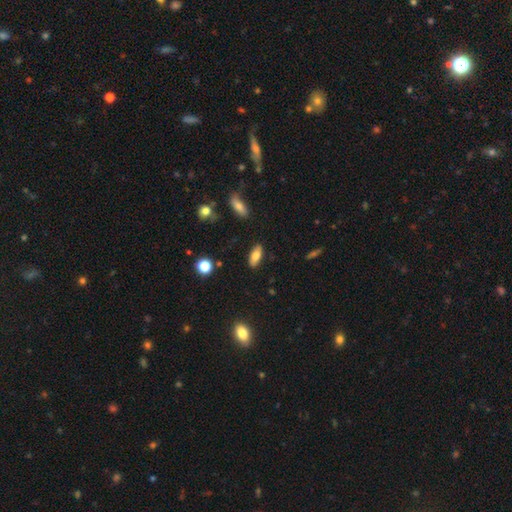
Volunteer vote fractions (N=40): This is likely a smooth galaxy (75%). How rounded: likely in between (73%). Merging: likely none (71%).